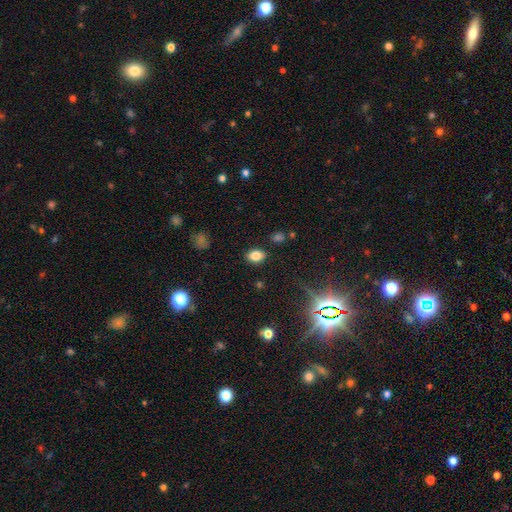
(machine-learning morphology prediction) This is clearly a smooth galaxy (81%). How rounded: likely in between (74%). Merging: clearly none (86%).